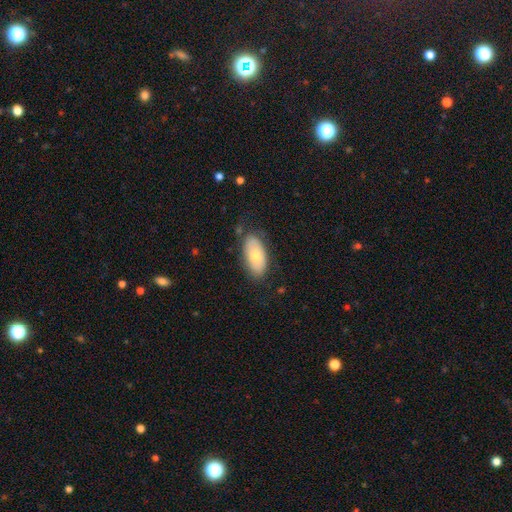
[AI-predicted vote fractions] This is likely a smooth galaxy (69%). How rounded: clearly in between (93%). Merging: likely none (76%).